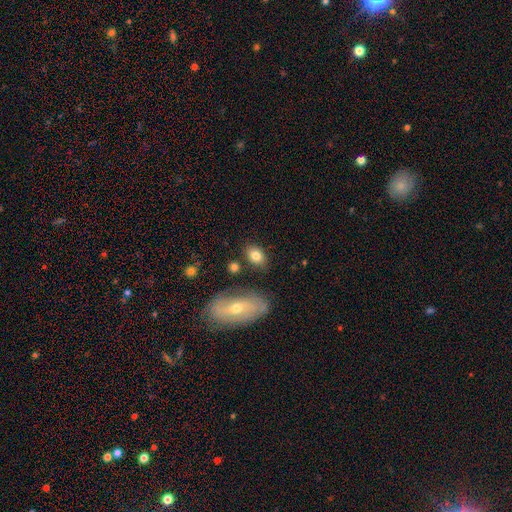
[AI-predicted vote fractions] Smooth or featured? smooth (80%)
How rounded? in between (81%)
Merging? none (79%)